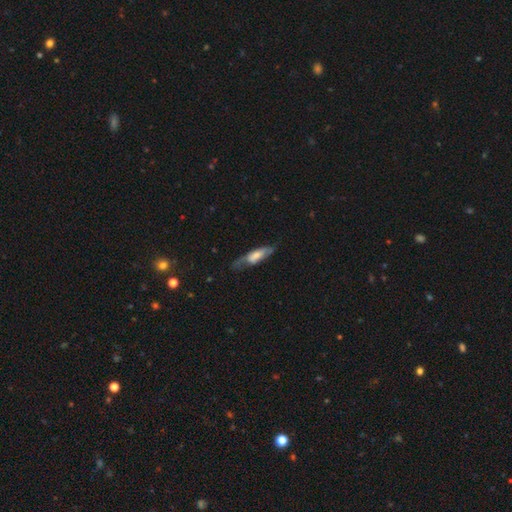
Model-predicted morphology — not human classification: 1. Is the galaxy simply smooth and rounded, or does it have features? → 52% smooth, 41% featured or disk, 6% star or artifact.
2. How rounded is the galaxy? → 53% cigar-shaped, 45% in between, 2% round.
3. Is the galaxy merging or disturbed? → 50% none, 30% minor disturbance, 17% major disturbance, 2% merger.